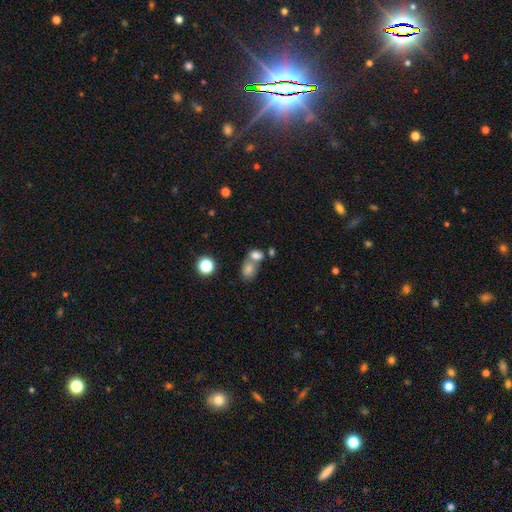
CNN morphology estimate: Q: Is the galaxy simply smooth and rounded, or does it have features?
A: smooth — 76%.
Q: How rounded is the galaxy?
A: in between — 71%.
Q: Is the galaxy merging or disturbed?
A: merger — 55%.